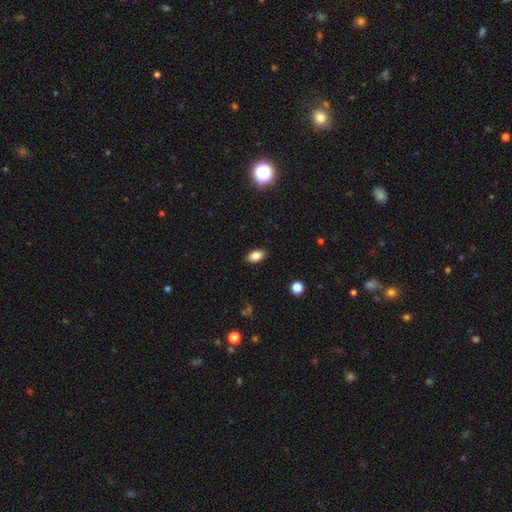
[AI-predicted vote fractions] Smooth or featured? Predicted: smooth (p=0.84). How rounded? Predicted: in between (p=0.91). Merging? Predicted: none (p=0.88).